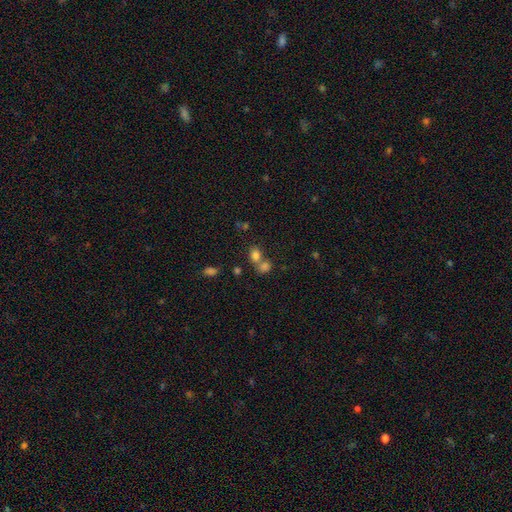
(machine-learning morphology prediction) Smooth or featured?
  - smooth: 77% *
  - star or artifact: 14%
  - featured or disk: 9%
How rounded?
  - in between: 50% *
  - round: 49%
  - cigar-shaped: 1%
Merging?
  - merger: 45% *
  - none: 42%
  - minor disturbance: 8%
  - major disturbance: 4%